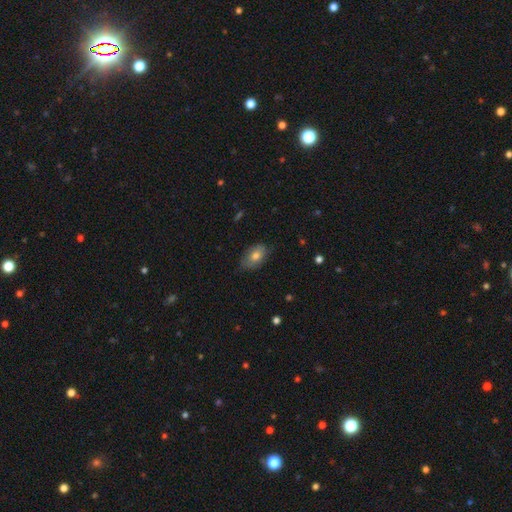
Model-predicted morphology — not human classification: A smooth galaxy with no disk features (71%) that is in between round and cigar-shaped (90%).

Vote fractions:
- Smooth or featured? smooth: 71% / featured or disk: 21% / star or artifact: 7%
- How rounded? in between: 90% / round: 8% / cigar-shaped: 2%
- Merging? none: 73% / minor disturbance: 22% / major disturbance: 4% / merger: 1%